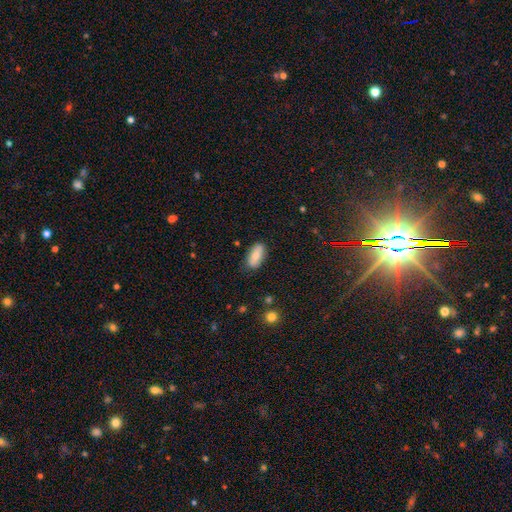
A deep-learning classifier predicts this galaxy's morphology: This is likely a smooth galaxy (78%). How rounded: clearly in between (86%). Merging: clearly none (81%).